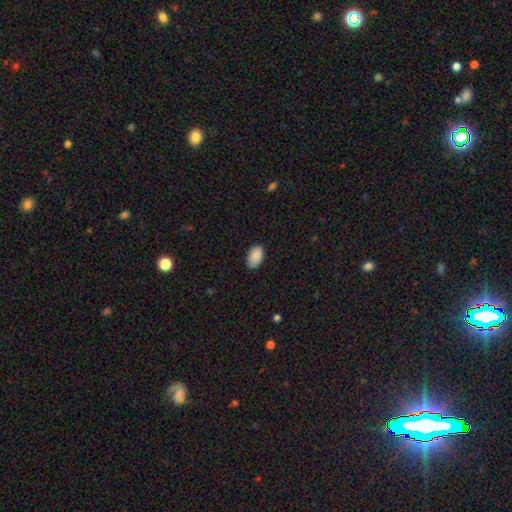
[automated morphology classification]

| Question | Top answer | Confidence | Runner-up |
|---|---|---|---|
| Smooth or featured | smooth | 89% | star or artifact (7%) |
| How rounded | in between | 93% | round (6%) |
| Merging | none | 84% | minor disturbance (13%) |